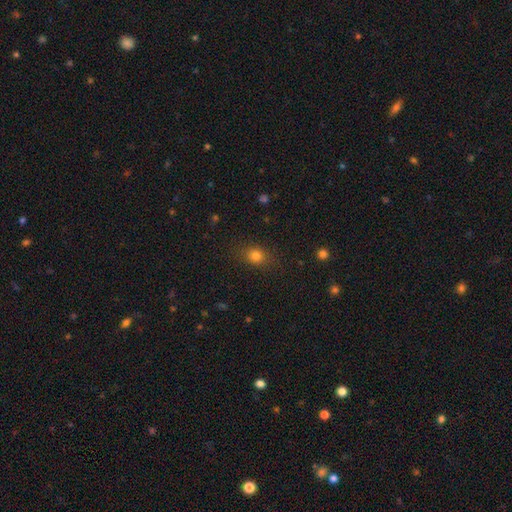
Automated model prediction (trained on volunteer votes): Smooth or featured: smooth — 78% (star or artifact — 14%)
How rounded: round — 58% (in between — 40%)
Merging: none — 84% (minor disturbance — 11%)